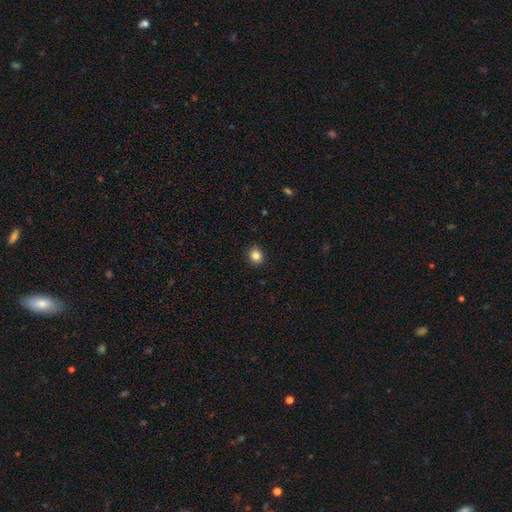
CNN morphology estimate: Smooth or featured? Predicted: smooth (p=0.84). How rounded? Predicted: round (p=0.77). Merging? Predicted: none (p=0.89).